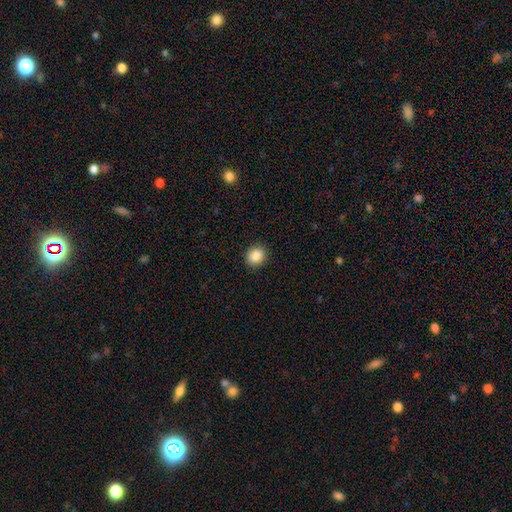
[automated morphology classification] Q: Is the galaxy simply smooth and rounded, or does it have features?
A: smooth — 87%.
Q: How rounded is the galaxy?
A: round — 78%.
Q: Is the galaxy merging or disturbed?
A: none — 89%.